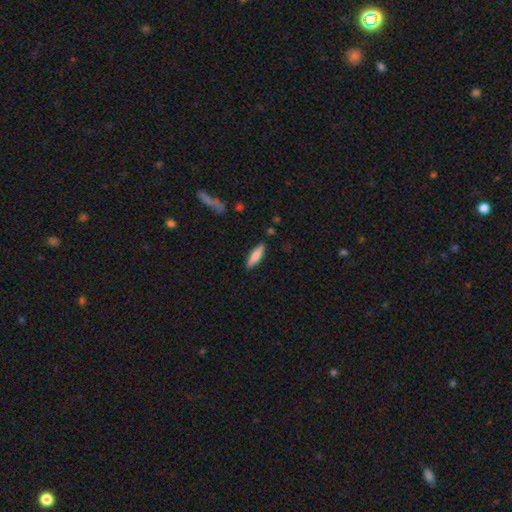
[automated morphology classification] smooth 79%, featured or disk 15%, star or artifact 6%. Down the decision tree: how rounded — cigar-shaped (69%); merging — none (87%).